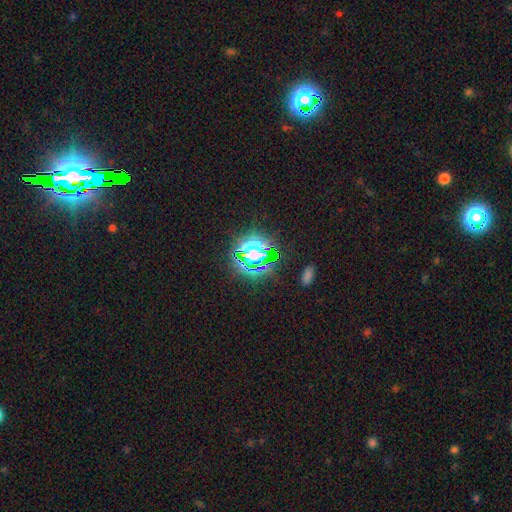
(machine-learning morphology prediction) Smooth or featured: star or artifact — 65% (smooth — 24%)